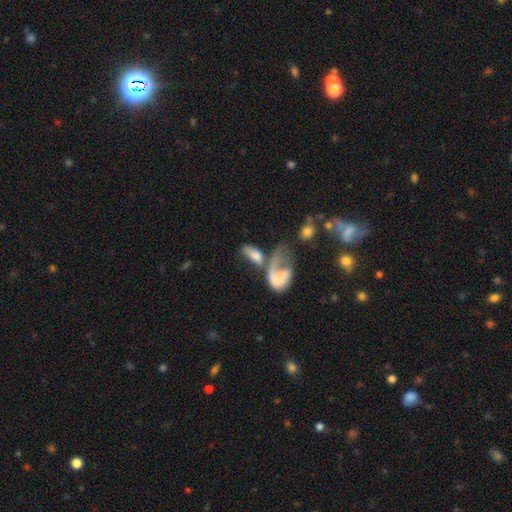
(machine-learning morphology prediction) smooth 61%, featured or disk 30%, star or artifact 9%. Down the decision tree: how rounded — in between (83%); merging — merger (45%).